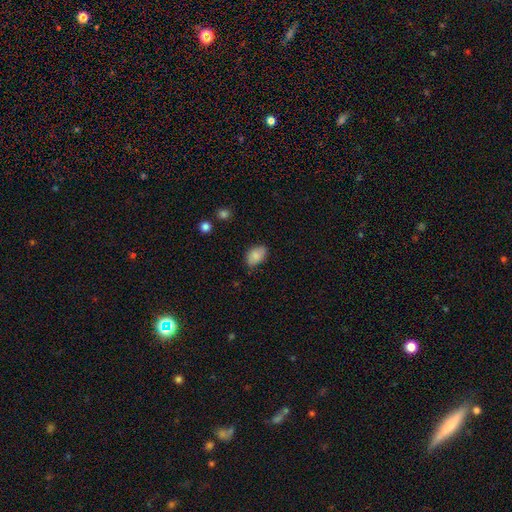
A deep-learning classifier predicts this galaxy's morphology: type=smooth (85%); roundness=in between (88%); merging=none (76%).